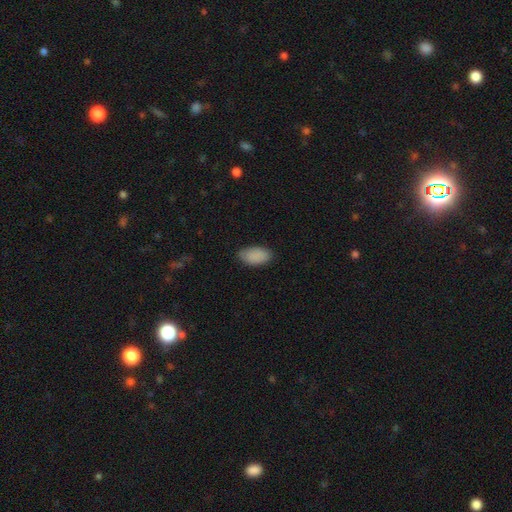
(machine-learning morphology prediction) Smooth or featured: smooth — 89% (star or artifact — 7%)
How rounded: in between — 95% (round — 3%)
Merging: none — 81% (minor disturbance — 15%)